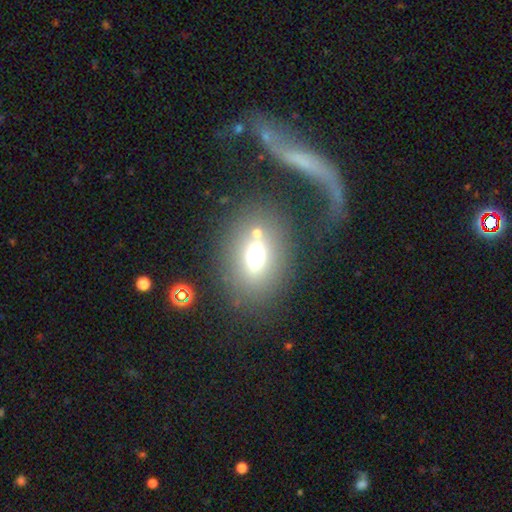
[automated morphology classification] Smooth or featured?
  - smooth: 54% *
  - star or artifact: 26%
  - featured or disk: 20%
How rounded?
  - in between: 62% *
  - round: 36%
  - cigar-shaped: 3%
Merging?
  - none: 69% *
  - merger: 13%
  - minor disturbance: 11%
  - major disturbance: 8%